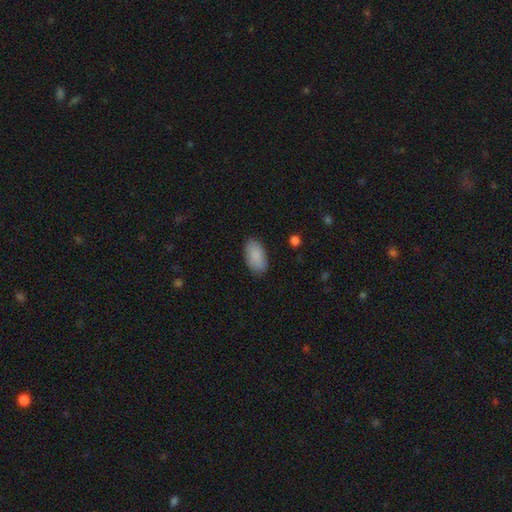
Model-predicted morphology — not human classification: Smooth or featured: smooth — 88% (star or artifact — 6%)
How rounded: in between — 95% (round — 3%)
Merging: none — 85% (minor disturbance — 11%)